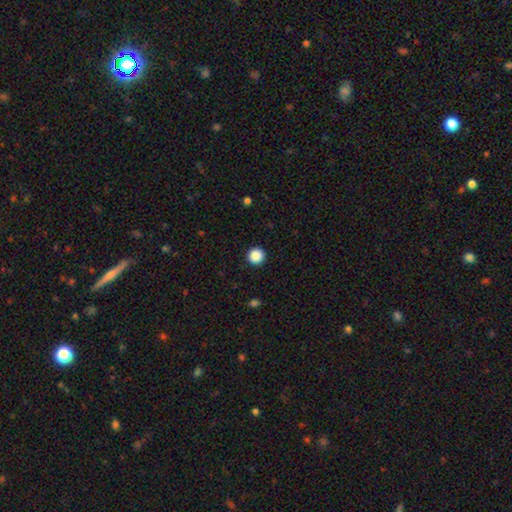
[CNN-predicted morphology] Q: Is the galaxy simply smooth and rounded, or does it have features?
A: smooth — 88%.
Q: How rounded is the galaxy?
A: round — 95%.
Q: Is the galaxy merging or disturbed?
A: none — 93%.